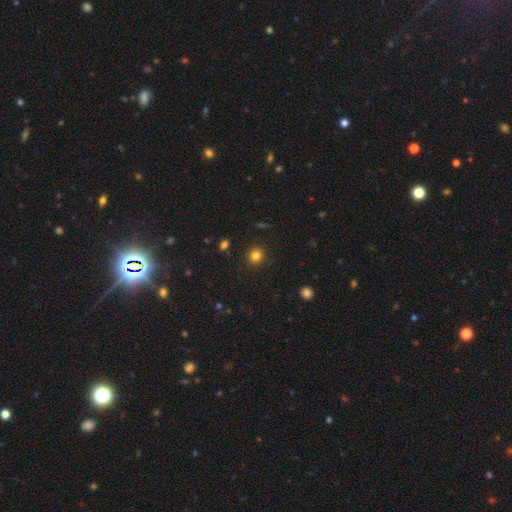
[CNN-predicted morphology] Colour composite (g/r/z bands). It shows a smooth galaxy with no disk features (83%) that is round (89%). Merging: none (91%).